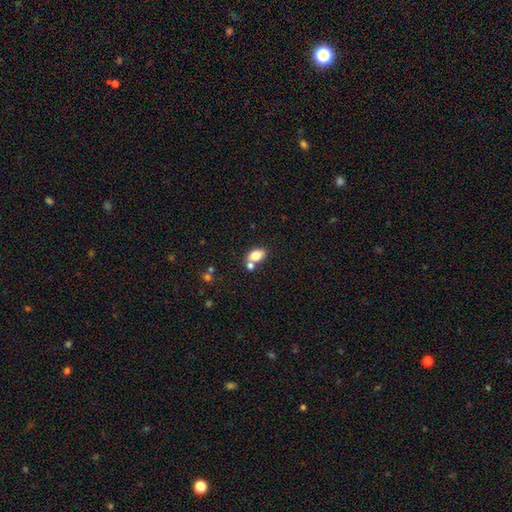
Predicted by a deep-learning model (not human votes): smooth_or_featured: smooth (p=0.79) [alt: featured or disk p=0.12]
how_rounded: in between (p=0.85) [alt: round p=0.13]
merging: none (p=0.52) [alt: merger p=0.32]